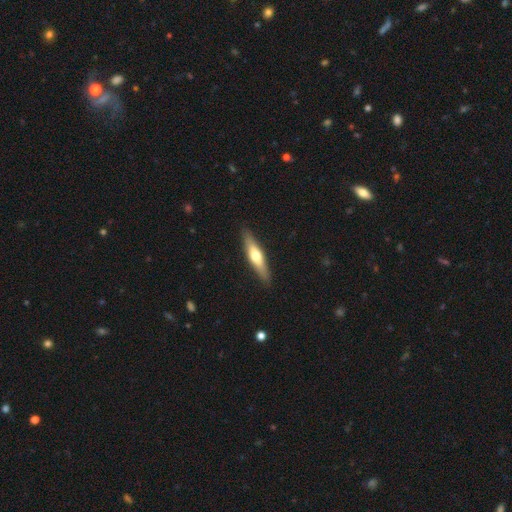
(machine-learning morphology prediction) A smooth galaxy with no disk features (48%).

Vote fractions:
- Smooth or featured? smooth: 48% / featured or disk: 47% / star or artifact: 5%
- Merging? none: 89% / minor disturbance: 8% / major disturbance: 2% / merger: 1%